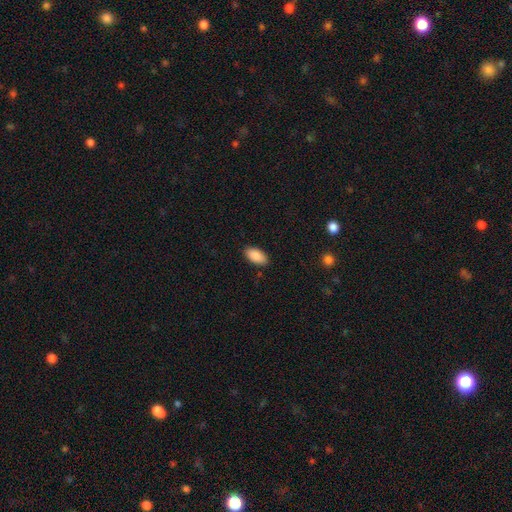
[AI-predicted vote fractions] smooth 89%, star or artifact 7%, featured or disk 5%. Down the decision tree: how rounded — in between (94%); merging — none (88%).